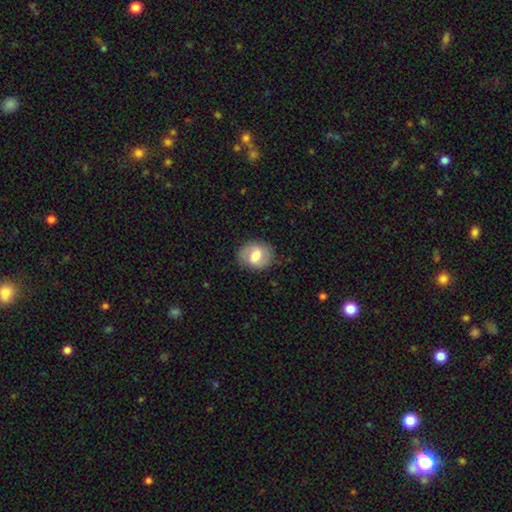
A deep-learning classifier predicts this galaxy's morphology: This appears to be a smooth galaxy with no disk features (55%) that is round (50%). Merging: none (80%).